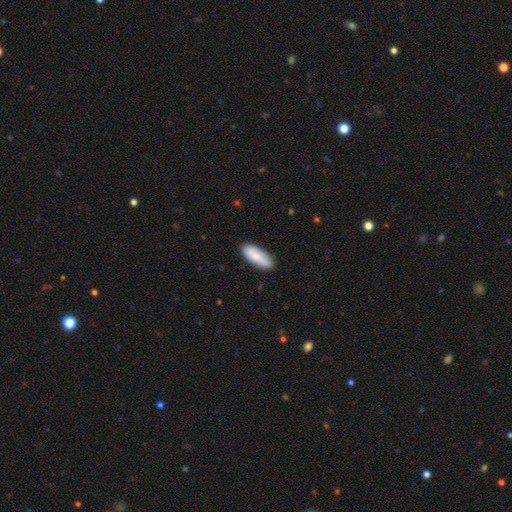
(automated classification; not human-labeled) smooth 80%, featured or disk 14%, star or artifact 6%. Down the decision tree: how rounded — in between (69%); merging — none (84%).